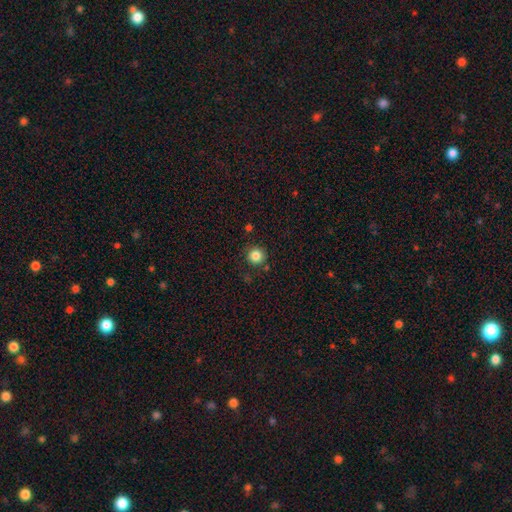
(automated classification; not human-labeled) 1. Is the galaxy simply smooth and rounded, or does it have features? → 84% smooth, 11% star or artifact, 5% featured or disk.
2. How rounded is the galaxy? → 95% round, 4% in between, 1% cigar-shaped.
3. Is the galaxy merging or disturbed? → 87% none, 8% minor disturbance, 3% merger, 2% major disturbance.